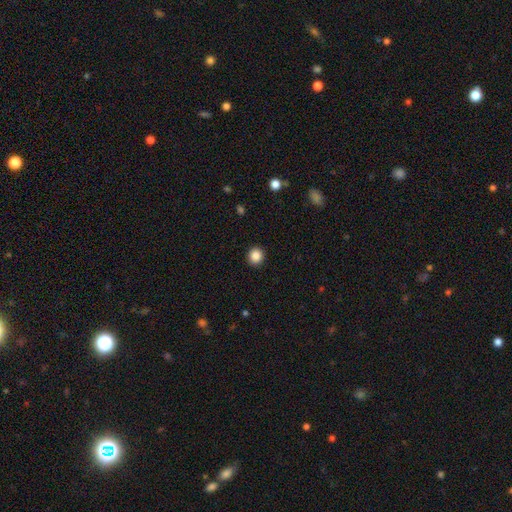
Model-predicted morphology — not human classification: This appears to be a smooth galaxy with no disk features (87%) that is round (87%). Merging: none (92%).